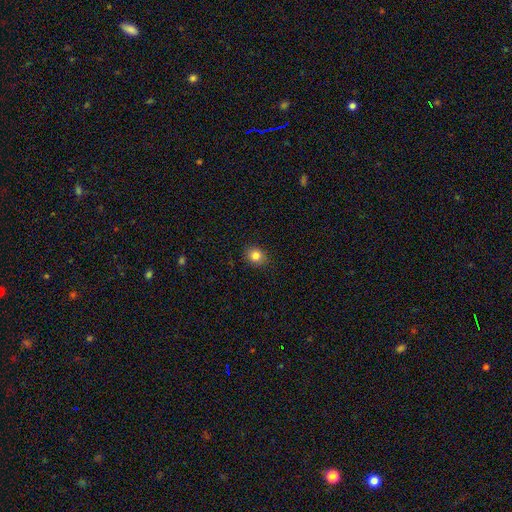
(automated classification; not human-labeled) Smooth or featured?
  - smooth: 83% *
  - star or artifact: 11%
  - featured or disk: 6%
How rounded?
  - round: 63% *
  - in between: 36%
  - cigar-shaped: 1%
Merging?
  - none: 89% *
  - minor disturbance: 8%
  - major disturbance: 2%
  - merger: 1%